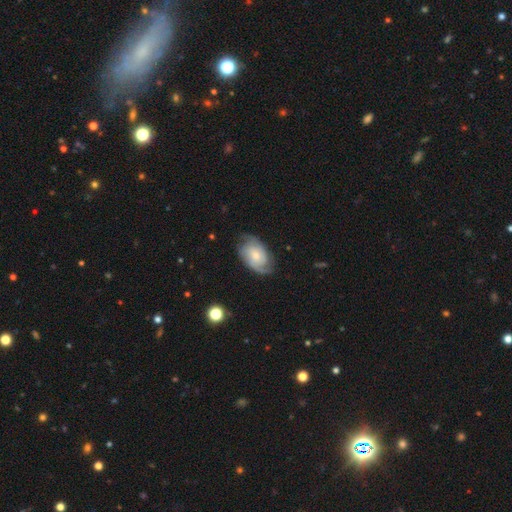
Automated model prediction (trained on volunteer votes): Morphology: type=featured or disk (72%); edge-on=no (96%); bar=no (67%); spiral arms=yes (94%); winding=tight (50%); arm count=2 (57%); bulge=small (43%); merging=none (71%).